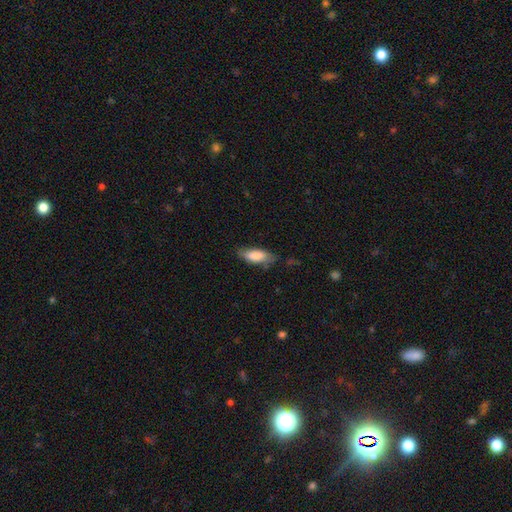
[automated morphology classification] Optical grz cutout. It shows a smooth galaxy with no disk features (83%) that is in between round and cigar-shaped (74%). Merging: none (66%).